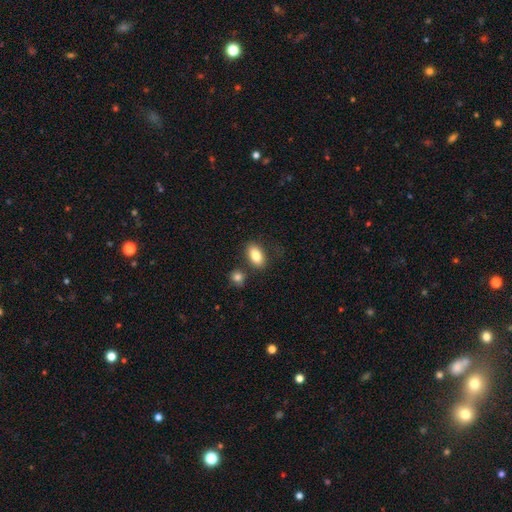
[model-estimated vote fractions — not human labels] smooth 83%, featured or disk 10%, star or artifact 7%. Down the decision tree: how rounded — in between (90%); merging — none (75%).